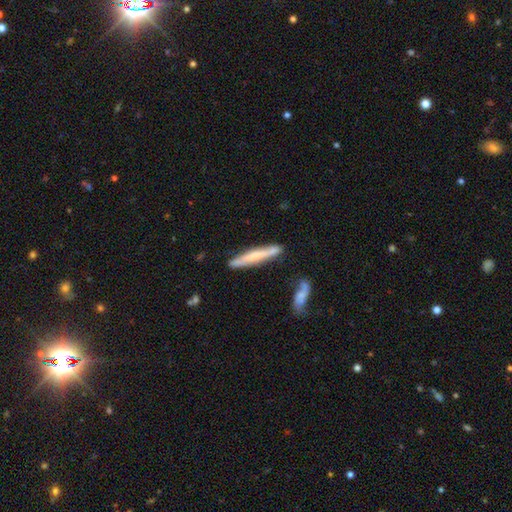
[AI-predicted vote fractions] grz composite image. It shows a smooth galaxy with no disk features (51%) that is cigar-shaped (95%). Merging: none (79%).